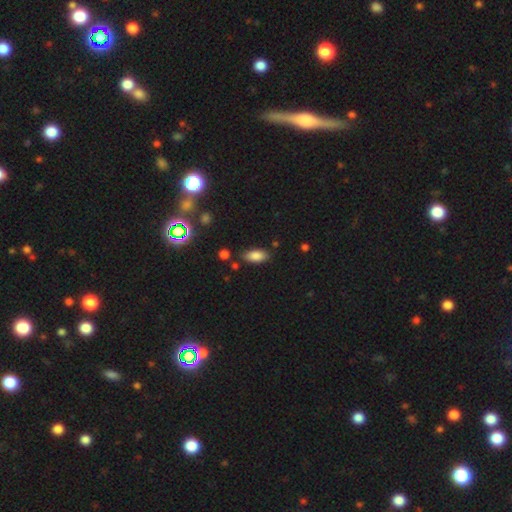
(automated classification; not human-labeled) Morphology: type=smooth (83%); roundness=in between (87%); merging=none (81%).